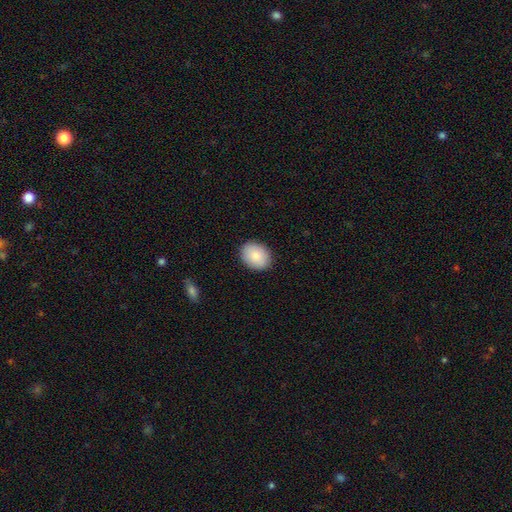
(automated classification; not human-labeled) Smooth or featured? Predicted: smooth (p=0.87). How rounded? Predicted: in between (p=0.59). Merging? Predicted: none (p=0.89).